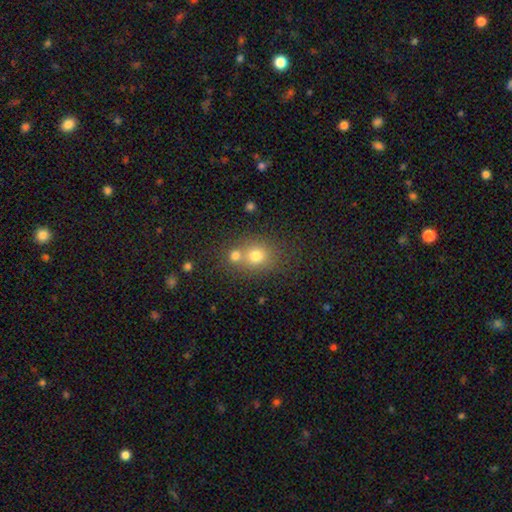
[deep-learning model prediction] smooth-or-featured: smooth: 74% | star or artifact: 14% | featured or disk: 12%
  how-rounded: round: 74% | in between: 25% | cigar-shaped: 1%
  merging: none: 48% | merger: 41% | minor disturbance: 8% | major disturbance: 3%